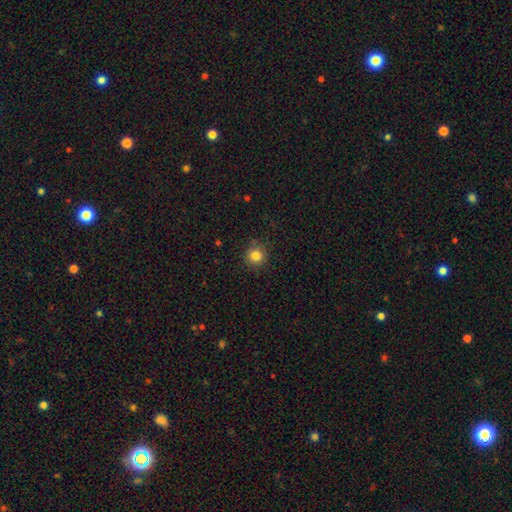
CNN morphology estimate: This is clearly a smooth galaxy (83%). How rounded: clearly round (93%). Merging: clearly none (87%).